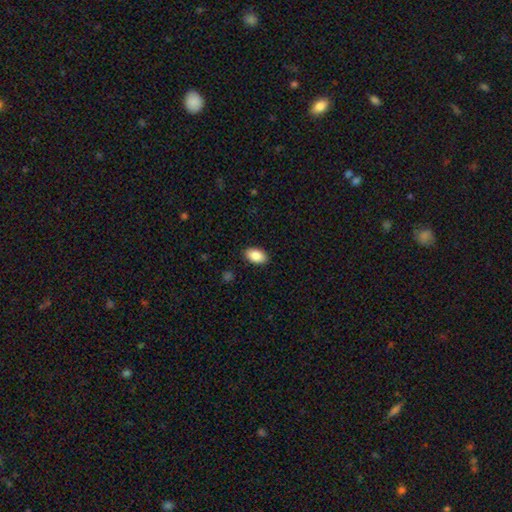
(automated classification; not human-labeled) Smooth or featured? Predicted: smooth (p=0.87). How rounded? Predicted: in between (p=0.92). Merging? Predicted: none (p=0.90).